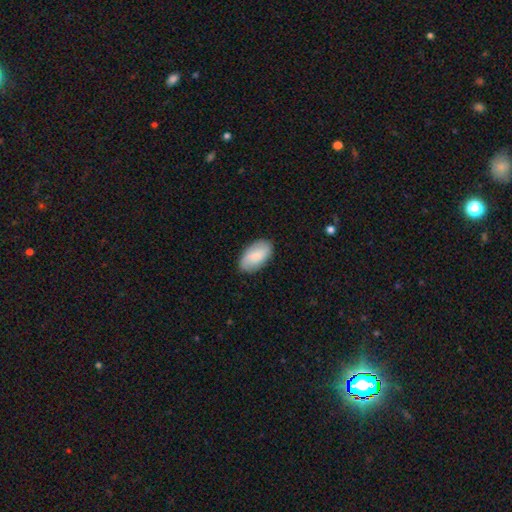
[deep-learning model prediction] Smooth or featured? Predicted: smooth (p=0.77). How rounded? Predicted: in between (p=0.95). Merging? Predicted: none (p=0.85).